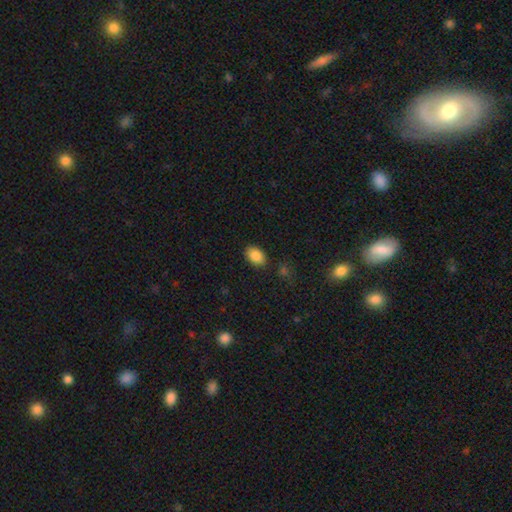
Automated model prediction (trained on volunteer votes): smooth 86%, star or artifact 8%, featured or disk 5%. Down the decision tree: how rounded — in between (84%); merging — none (84%).